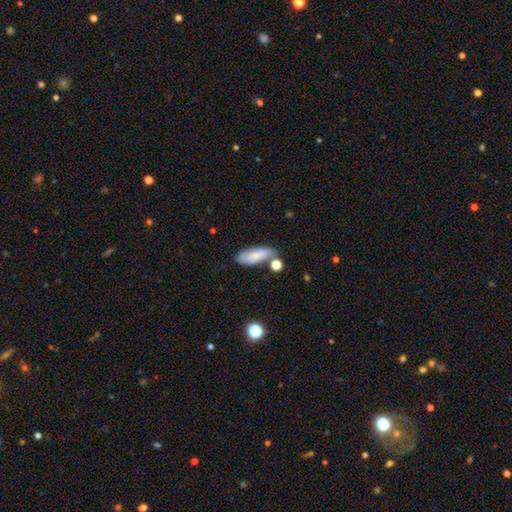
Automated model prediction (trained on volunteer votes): Smooth or featured? smooth (74%)
How rounded? in between (68%)
Merging? none (59%)